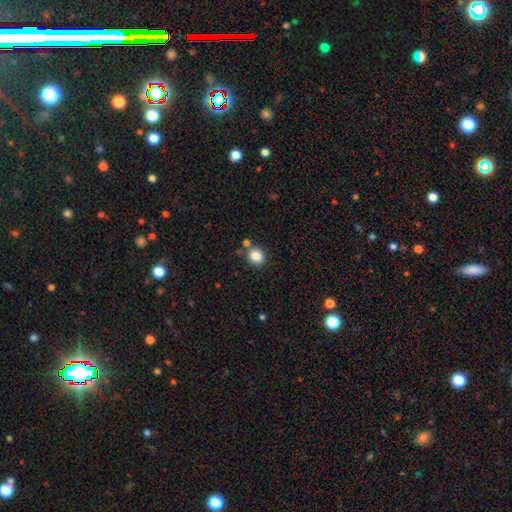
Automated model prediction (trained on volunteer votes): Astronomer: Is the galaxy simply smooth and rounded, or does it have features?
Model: smooth — 85%.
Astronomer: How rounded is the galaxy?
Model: round — 83%.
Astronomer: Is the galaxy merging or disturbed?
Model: none — 78%.